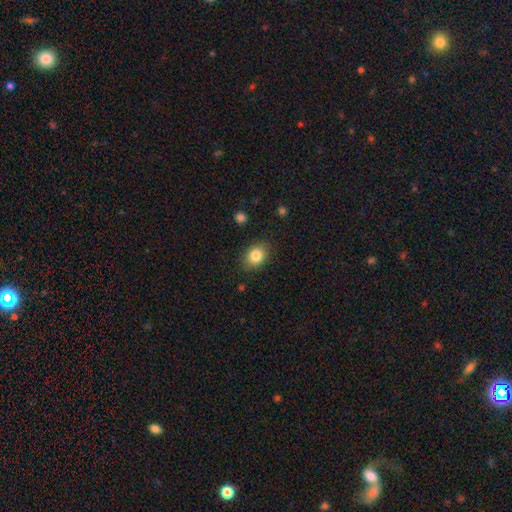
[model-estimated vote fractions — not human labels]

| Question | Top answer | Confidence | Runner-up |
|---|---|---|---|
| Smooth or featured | smooth | 84% | star or artifact (9%) |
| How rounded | in between | 56% | round (43%) |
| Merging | none | 85% | minor disturbance (11%) |